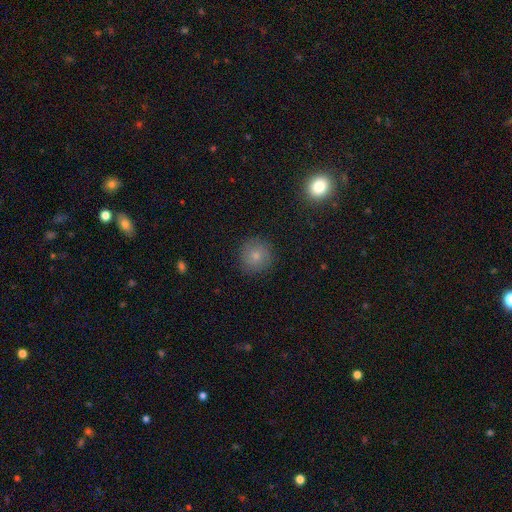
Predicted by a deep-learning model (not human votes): A smooth galaxy with no disk features (78%) that is round (94%). Merging: none (88%).